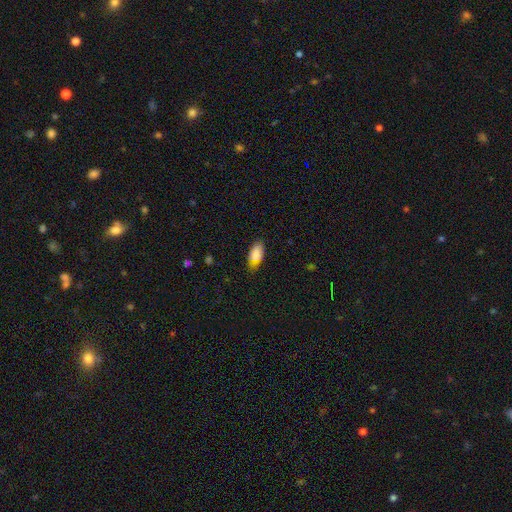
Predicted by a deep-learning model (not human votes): smooth_or_featured: smooth (p=0.84) [alt: featured or disk p=0.09]
how_rounded: in between (p=0.88) [alt: cigar-shaped p=0.10]
merging: none (p=0.76) [alt: minor disturbance p=0.19]